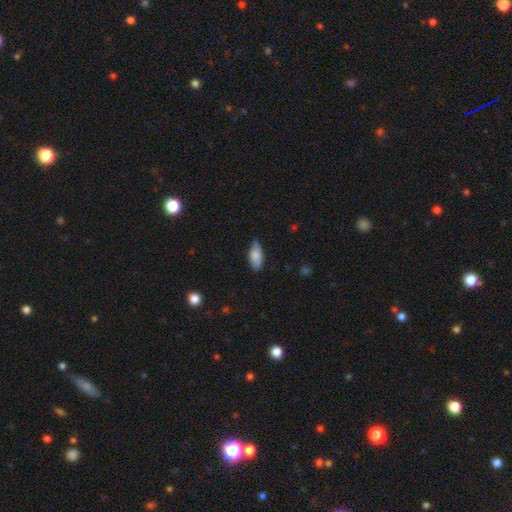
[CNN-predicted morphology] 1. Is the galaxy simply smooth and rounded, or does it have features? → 82% smooth, 12% featured or disk, 6% star or artifact.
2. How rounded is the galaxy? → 90% in between, 7% cigar-shaped, 3% round.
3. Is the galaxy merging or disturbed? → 66% none, 29% minor disturbance, 4% major disturbance, 1% merger.